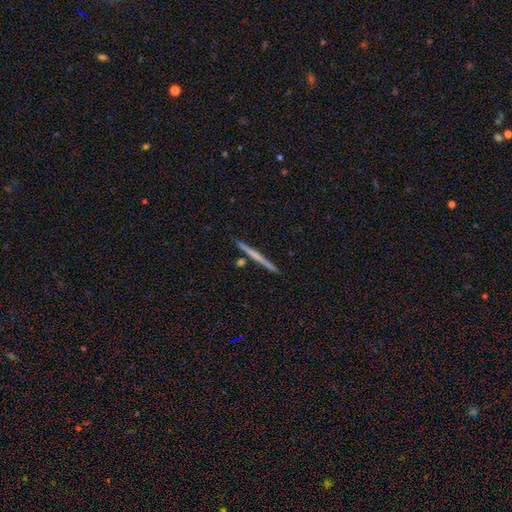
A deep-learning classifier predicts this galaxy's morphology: This appears to be a featured or disk galaxy (53%) viewed edge-on (98%) with no central bulge (82%). Merging: none (90%).